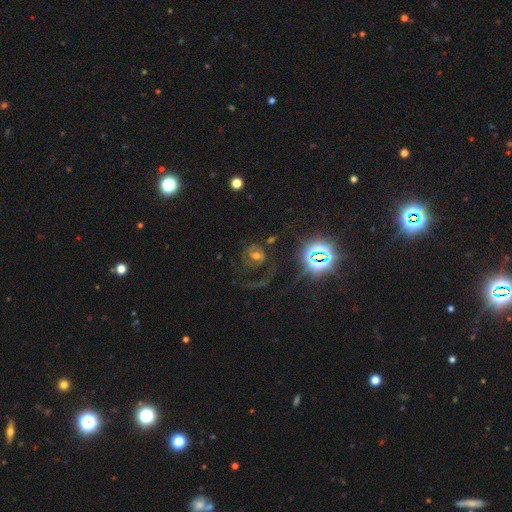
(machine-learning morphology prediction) The model was most divided on "merging": major disturbance: 41%, none: 40%, minor disturbance: 14%, merger: 4%. More confident: edge-on disk — no (96%); spiral arms — yes (67%); bar — no (64%); bulge size — moderate (63%); smooth or featured — featured or disk (55%).